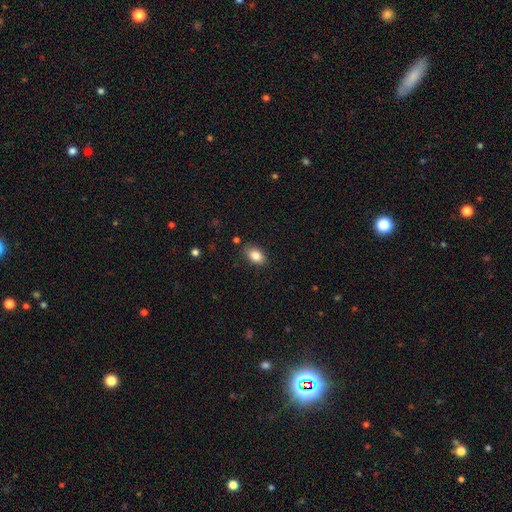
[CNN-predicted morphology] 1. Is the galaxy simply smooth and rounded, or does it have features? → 84% smooth, 8% star or artifact, 7% featured or disk.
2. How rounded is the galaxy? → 88% in between, 11% round, 2% cigar-shaped.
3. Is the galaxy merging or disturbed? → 85% none, 11% minor disturbance, 2% major disturbance, 2% merger.